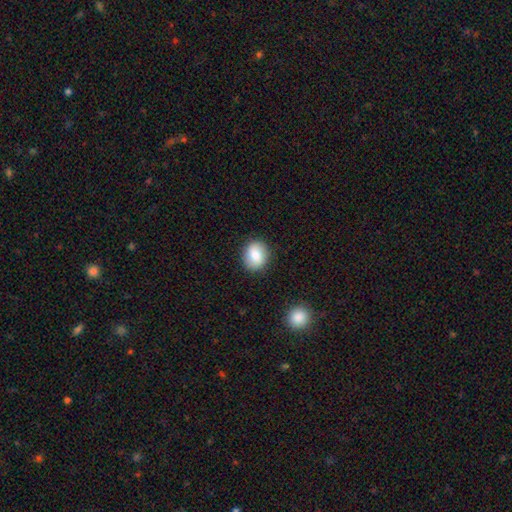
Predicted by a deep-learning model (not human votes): Smooth or featured? Predicted: smooth (p=0.81). How rounded? Predicted: round (p=0.64). Merging? Predicted: none (p=0.88).